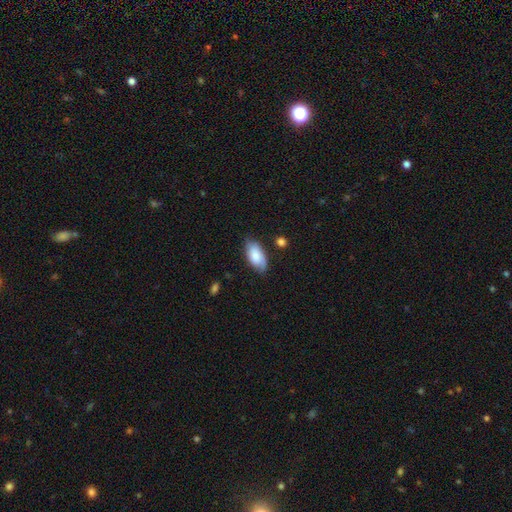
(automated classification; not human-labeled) Smooth or featured? Predicted: smooth (p=0.71). How rounded? Predicted: in between (p=0.92). Merging? Predicted: none (p=0.70).